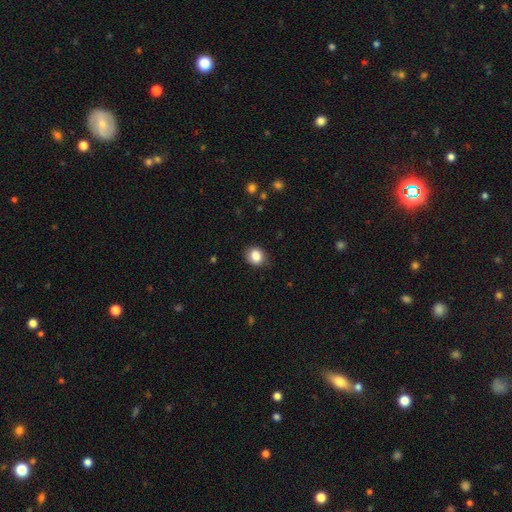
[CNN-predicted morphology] smooth_or_featured: smooth (p=0.85) [alt: star or artifact p=0.09]
how_rounded: round (p=0.69) [alt: in between p=0.30]
merging: none (p=0.85) [alt: minor disturbance p=0.11]